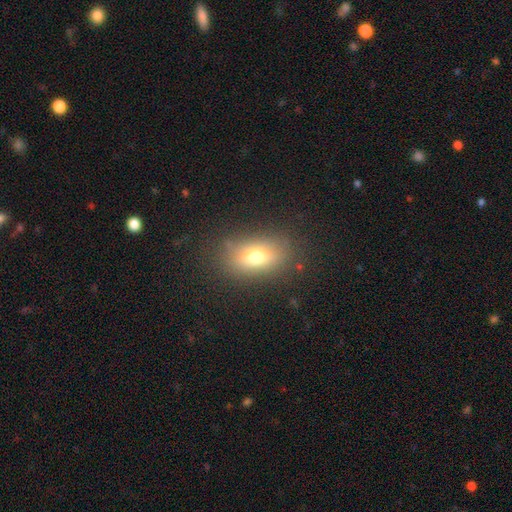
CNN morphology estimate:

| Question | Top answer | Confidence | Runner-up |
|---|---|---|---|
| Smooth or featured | smooth | 70% | featured or disk (17%) |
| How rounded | in between | 79% | round (17%) |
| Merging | none | 79% | minor disturbance (13%) |